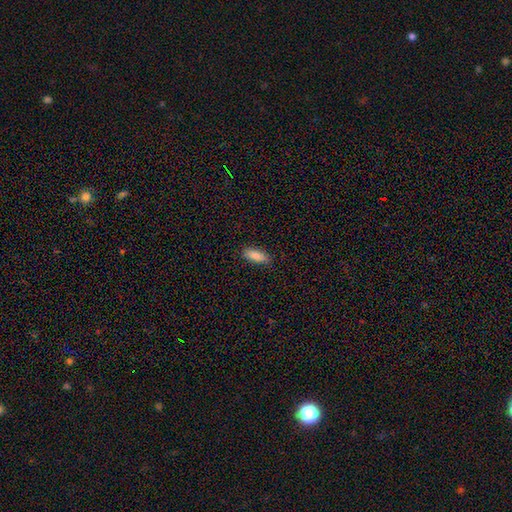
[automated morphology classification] Smooth or featured? smooth (87%)
How rounded? in between (70%)
Merging? none (86%)